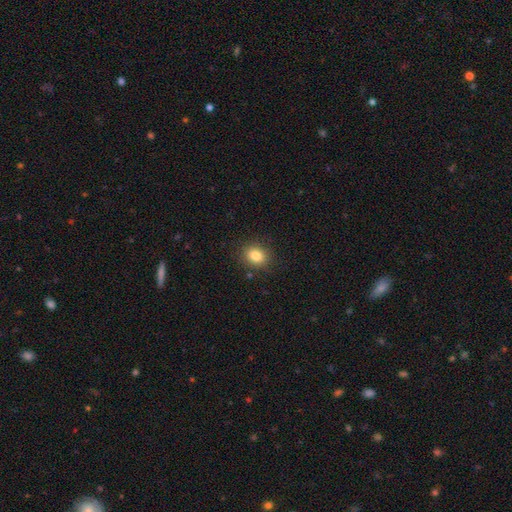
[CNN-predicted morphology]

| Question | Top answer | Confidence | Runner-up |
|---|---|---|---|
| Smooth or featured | smooth | 83% | star or artifact (11%) |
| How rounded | round | 61% | in between (38%) |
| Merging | none | 88% | minor disturbance (8%) |